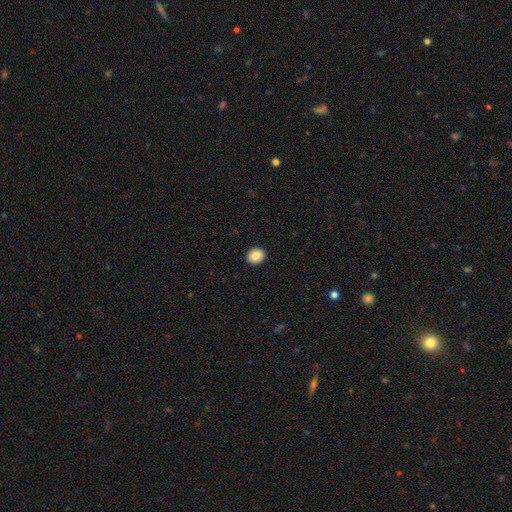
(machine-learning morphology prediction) The model was most divided on "how rounded": round: 66%, in between: 33%, cigar-shaped: 1%. More confident: merging — none (92%); smooth or featured — smooth (85%).